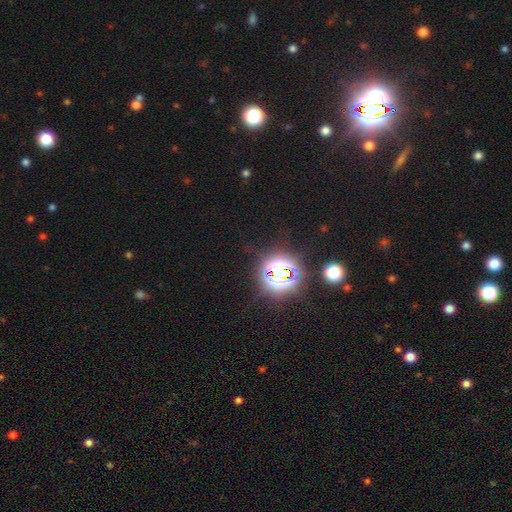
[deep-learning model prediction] Smooth or featured? star or artifact (82%)